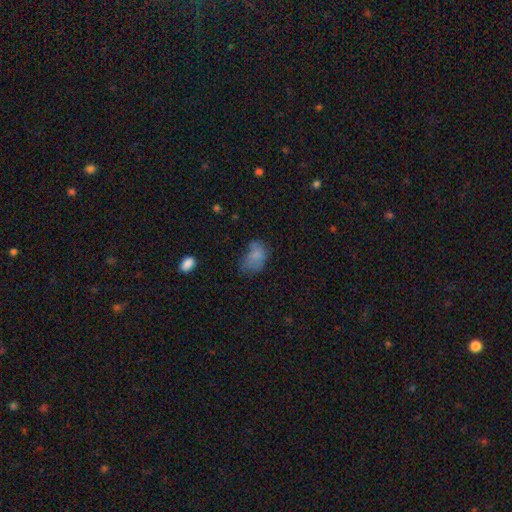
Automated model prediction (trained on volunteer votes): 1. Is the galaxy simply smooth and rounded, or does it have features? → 72% smooth, 16% featured or disk, 12% star or artifact.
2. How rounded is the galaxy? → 83% in between, 15% round, 1% cigar-shaped.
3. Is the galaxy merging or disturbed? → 37% none, 33% minor disturbance, 25% major disturbance, 5% merger.